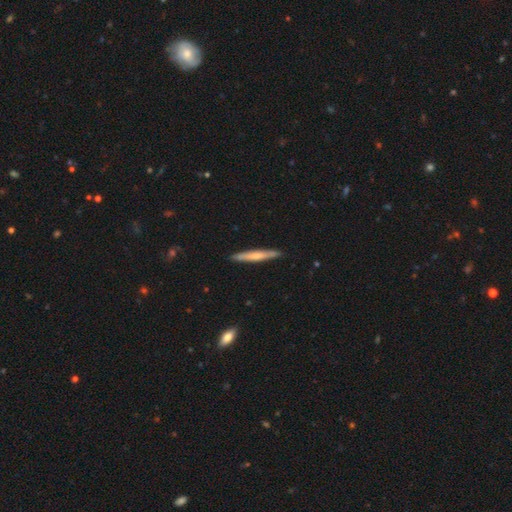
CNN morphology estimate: Overall: smooth (54%; featured or disk 41%). How rounded: cigar-shaped (96%). Merging: none (91%).